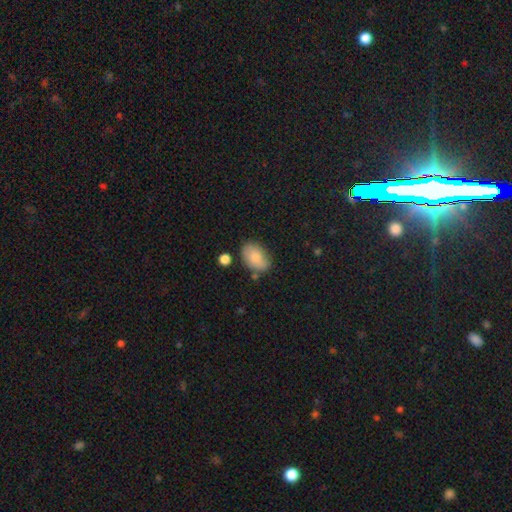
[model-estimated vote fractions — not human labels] Smooth or featured?
  - smooth: 77% *
  - featured or disk: 13%
  - star or artifact: 10%
How rounded?
  - in between: 87% *
  - round: 11%
  - cigar-shaped: 1%
Merging?
  - none: 73% *
  - minor disturbance: 19%
  - merger: 5%
  - major disturbance: 4%